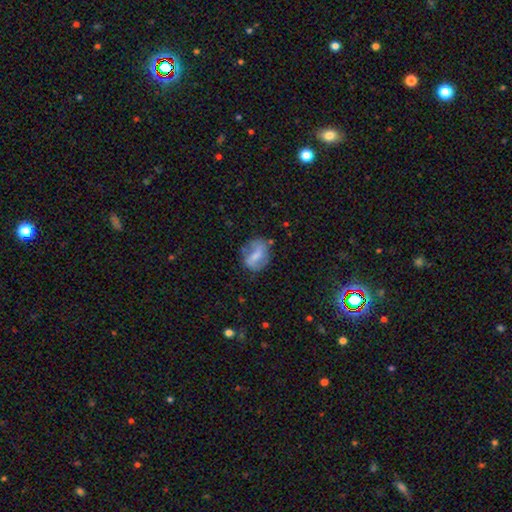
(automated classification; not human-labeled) Smooth or featured?
  - featured or disk: 52% *
  - smooth: 41%
  - star or artifact: 7%
Edge-on disk?
  - no: 95% *
  - yes: 5%
Merging?
  - none: 66% *
  - minor disturbance: 22%
  - major disturbance: 9%
  - merger: 3%